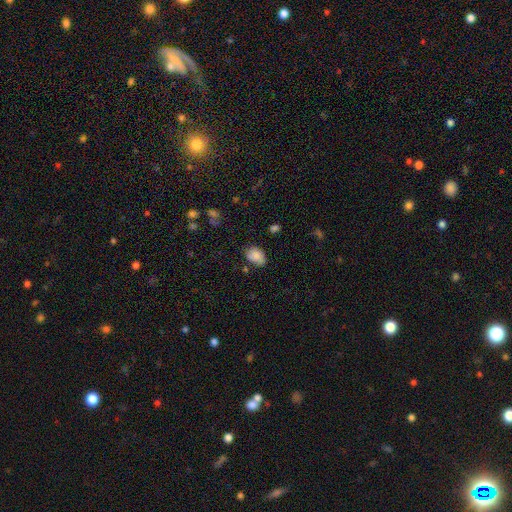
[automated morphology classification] Smooth or featured: smooth — 82% (featured or disk — 10%)
How rounded: in between — 77% (round — 22%)
Merging: none — 60% (minor disturbance — 30%)